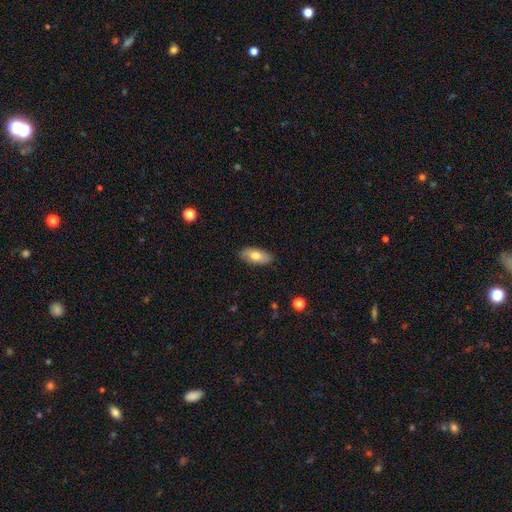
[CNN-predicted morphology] Overall: smooth (73%). How rounded: in between (87%). Merging: none (87%).